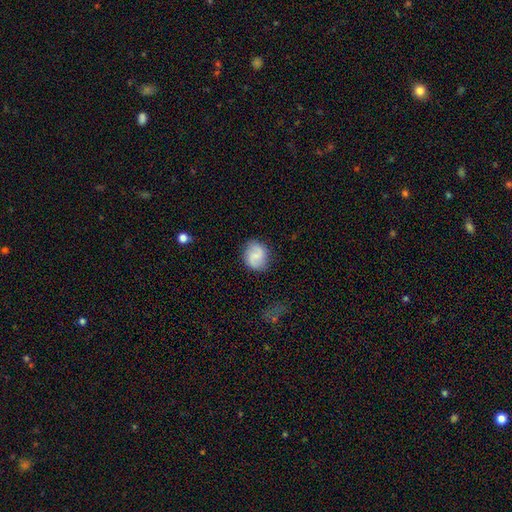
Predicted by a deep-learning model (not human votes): Smooth or featured? smooth (47%)
Merging? none (82%)